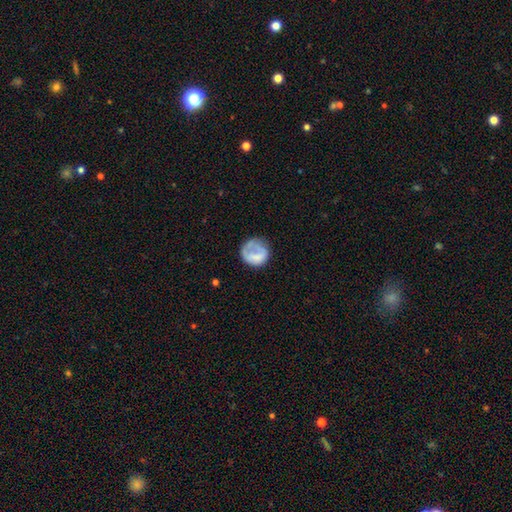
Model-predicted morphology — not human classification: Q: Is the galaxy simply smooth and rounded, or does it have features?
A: smooth — 64%.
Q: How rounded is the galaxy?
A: round — 85%.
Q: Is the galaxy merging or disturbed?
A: none — 54%.